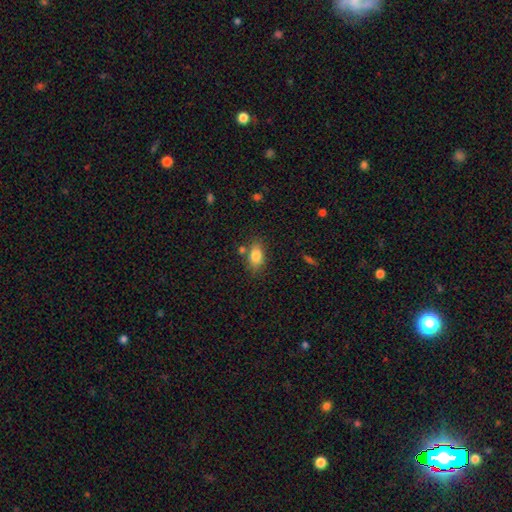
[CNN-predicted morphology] Smooth or featured?
  - smooth: 80% *
  - featured or disk: 11%
  - star or artifact: 9%
How rounded?
  - in between: 85% *
  - round: 10%
  - cigar-shaped: 5%
Merging?
  - none: 72% *
  - minor disturbance: 15%
  - merger: 9%
  - major disturbance: 4%